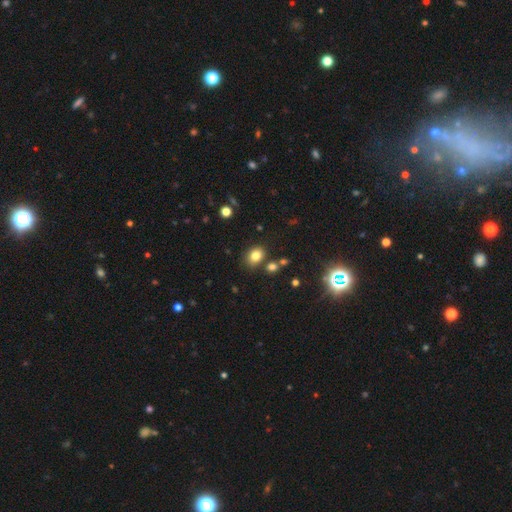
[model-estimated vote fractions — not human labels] A smooth galaxy with no disk features (80%) that is in between round and cigar-shaped (55%).

Vote fractions:
- Smooth or featured? smooth: 80% / star or artifact: 13% / featured or disk: 7%
- How rounded? in between: 55% / round: 44% / cigar-shaped: 1%
- Merging? none: 78% / minor disturbance: 11% / merger: 7% / major disturbance: 3%